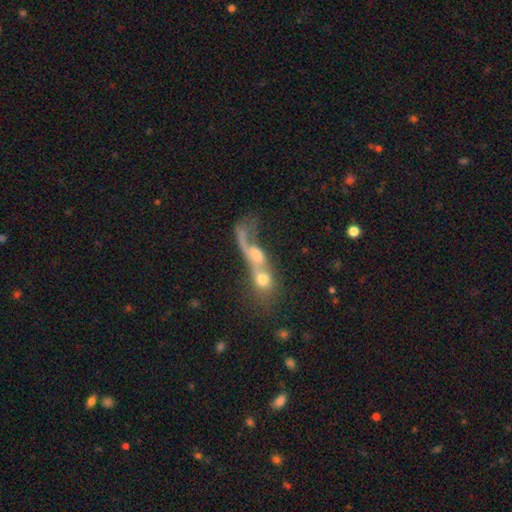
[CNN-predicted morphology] A featured or disk galaxy (44%). Merging: merger (72%).